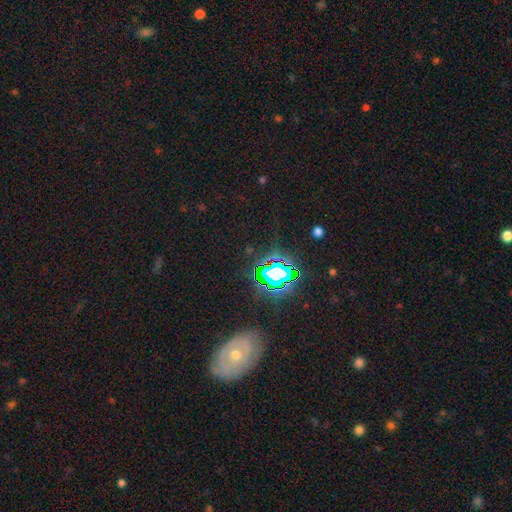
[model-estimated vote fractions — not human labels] This appears to be a star or artifact, not a galaxy (73%).